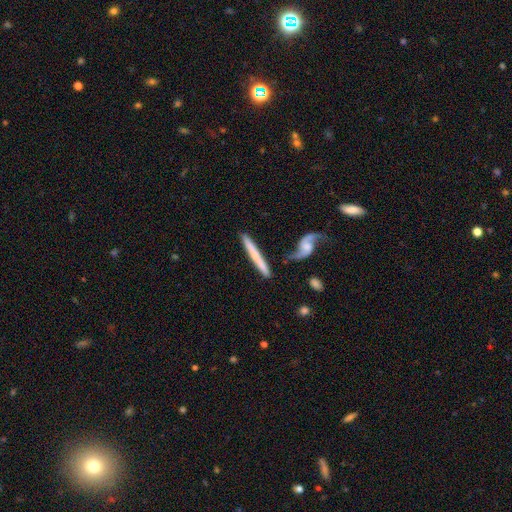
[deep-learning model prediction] smooth_or_featured: featured or disk (p=0.54) [alt: smooth p=0.40]
disk_edge_on: yes (p=0.80) [alt: no p=0.20]
merging: none (p=0.72) [alt: minor disturbance p=0.15]